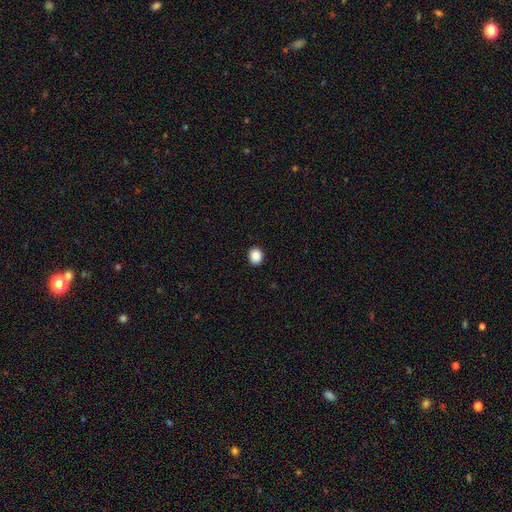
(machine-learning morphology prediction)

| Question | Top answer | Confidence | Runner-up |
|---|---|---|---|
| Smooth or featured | smooth | 88% | star or artifact (9%) |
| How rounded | round | 72% | in between (27%) |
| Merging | none | 92% | minor disturbance (5%) |